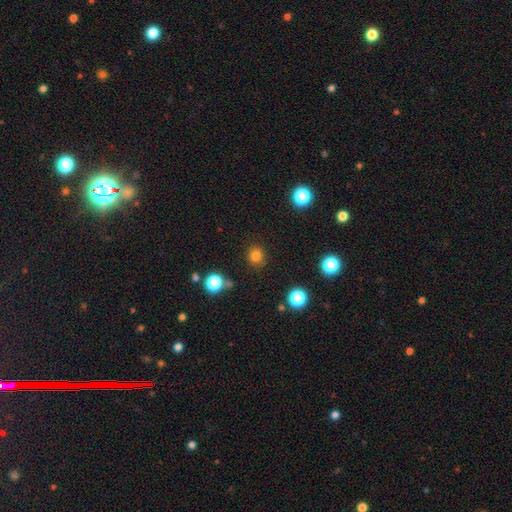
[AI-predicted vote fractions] The model was most divided on "smooth or featured": smooth: 80%, star or artifact: 15%, featured or disk: 5%. More confident: how rounded — round (86%); merging — none (85%).